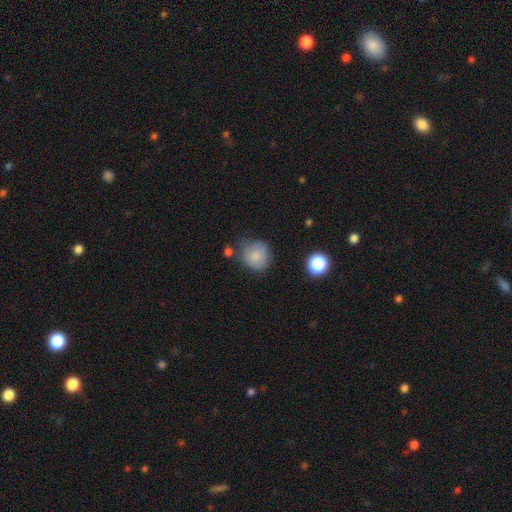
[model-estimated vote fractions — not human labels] Smooth or featured? smooth (81%)
How rounded? round (82%)
Merging? none (59%)